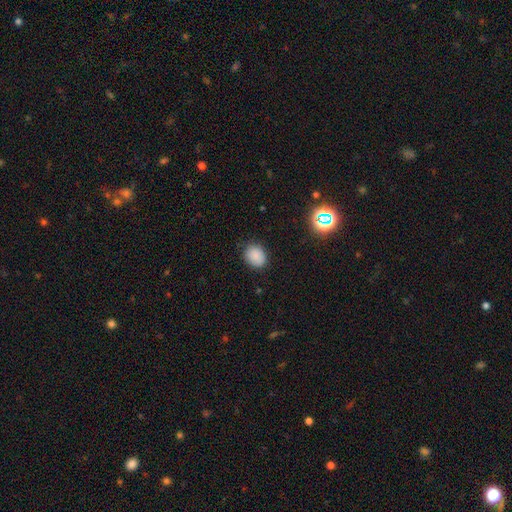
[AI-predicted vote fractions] Morphology: type=smooth (85%); roundness=round (52%); merging=none (83%).